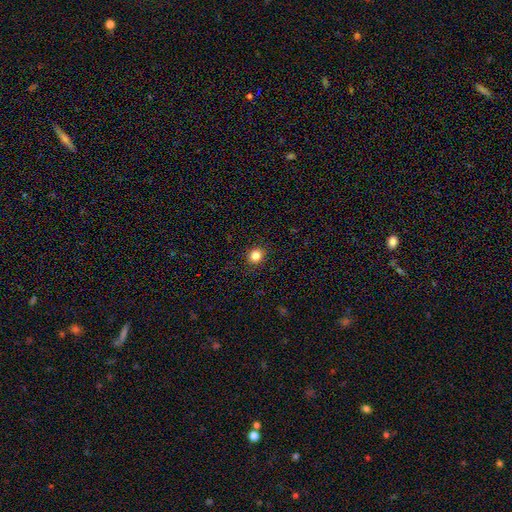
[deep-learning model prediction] The model was most divided on "how rounded": round: 82%, in between: 17%, cigar-shaped: 1%. More confident: merging — none (91%); smooth or featured — smooth (83%).